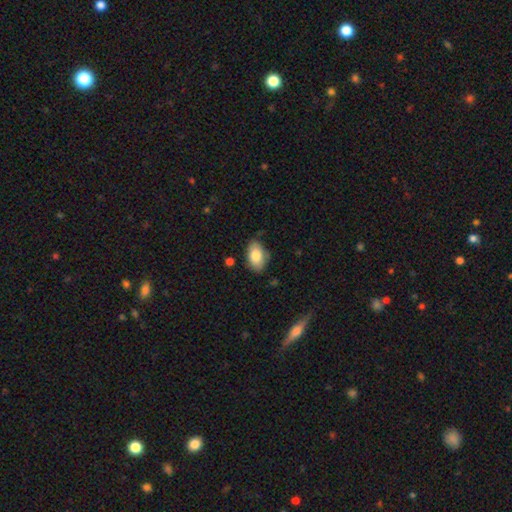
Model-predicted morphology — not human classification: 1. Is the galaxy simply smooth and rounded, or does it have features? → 82% smooth, 11% featured or disk, 7% star or artifact.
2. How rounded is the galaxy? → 90% in between, 8% round, 1% cigar-shaped.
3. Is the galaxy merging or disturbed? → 76% none, 19% minor disturbance, 3% major disturbance, 2% merger.